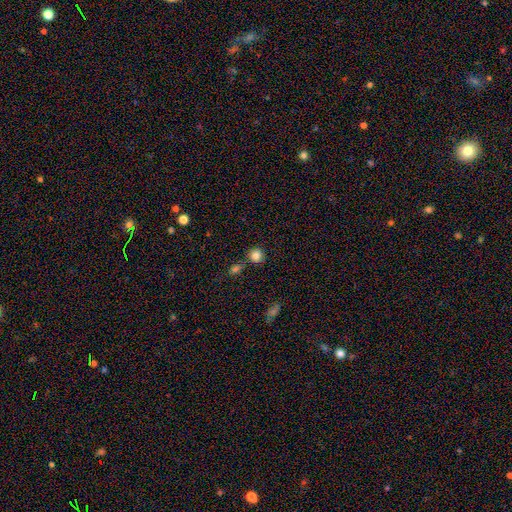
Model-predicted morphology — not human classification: A smooth galaxy with no disk features (83%) that is round (90%).

Vote fractions:
- Smooth or featured? smooth: 83% / star or artifact: 11% / featured or disk: 6%
- How rounded? round: 90% / in between: 9% / cigar-shaped: 1%
- Merging? none: 76% / merger: 11% / minor disturbance: 10% / major disturbance: 3%